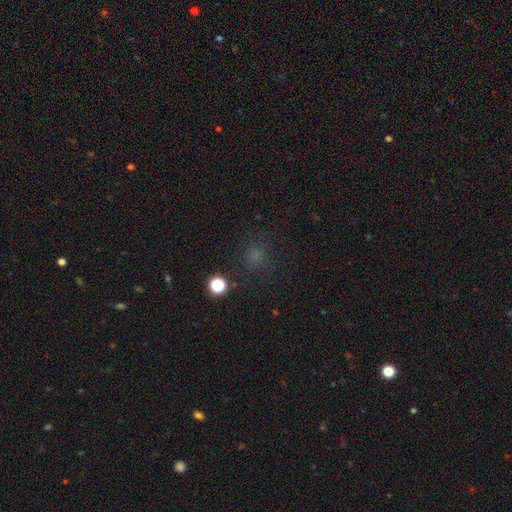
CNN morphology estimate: A smooth galaxy with no disk features (63%) that is round (88%).

Vote fractions:
- Smooth or featured? smooth: 63% / star or artifact: 30% / featured or disk: 7%
- How rounded? round: 88% / in between: 11% / cigar-shaped: 1%
- Merging? none: 81% / minor disturbance: 10% / major disturbance: 6% / merger: 3%